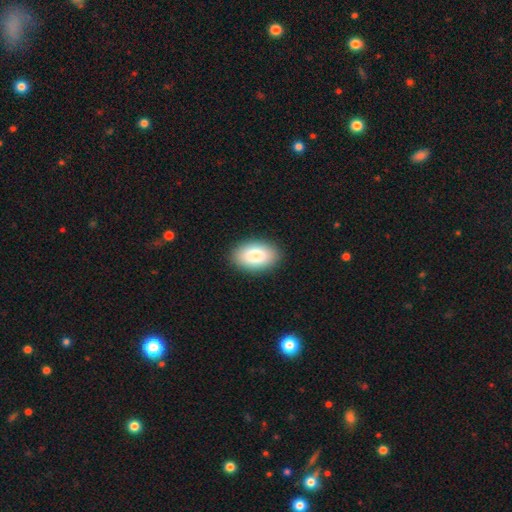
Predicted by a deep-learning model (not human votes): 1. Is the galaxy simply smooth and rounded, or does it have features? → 86% smooth, 8% featured or disk, 7% star or artifact.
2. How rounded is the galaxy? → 92% in between, 7% round, 1% cigar-shaped.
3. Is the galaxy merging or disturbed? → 89% none, 8% minor disturbance, 2% major disturbance, 1% merger.